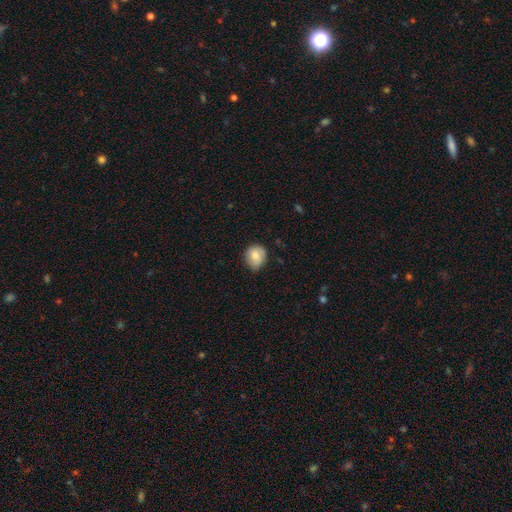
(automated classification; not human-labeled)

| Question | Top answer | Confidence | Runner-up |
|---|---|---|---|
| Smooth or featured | smooth | 83% | featured or disk (9%) |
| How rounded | round | 69% | in between (30%) |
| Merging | none | 64% | minor disturbance (30%) |